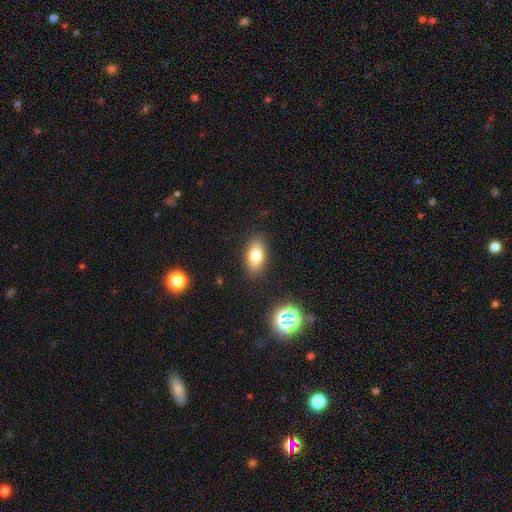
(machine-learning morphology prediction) smooth-or-featured: smooth: 79% | featured or disk: 11% | star or artifact: 10%
  how-rounded: in between: 87% | round: 6% | cigar-shaped: 6%
  merging: none: 86% | minor disturbance: 10% | major disturbance: 3% | merger: 2%